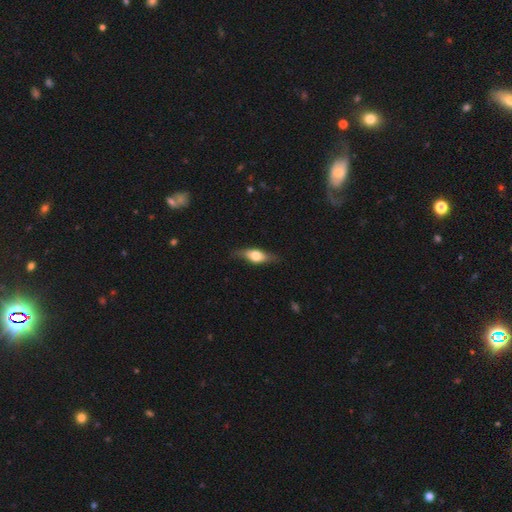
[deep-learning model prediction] This is possibly a smooth galaxy (56%). How rounded: likely in between (69%). Merging: likely none (74%).